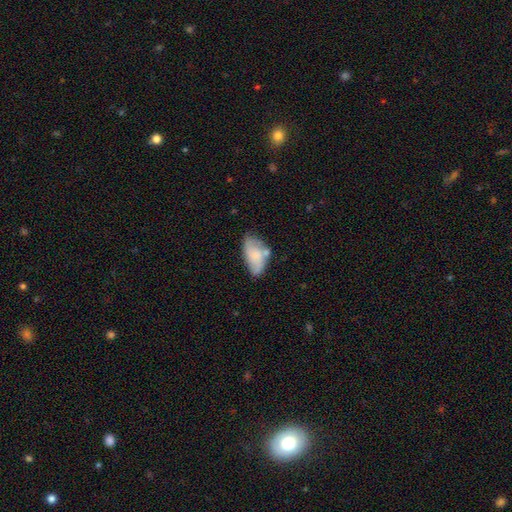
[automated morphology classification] The model was most divided on "merging": none: 42%, minor disturbance: 29%, merger: 17%, major disturbance: 12%. More confident: how rounded — in between (93%); smooth or featured — smooth (64%).